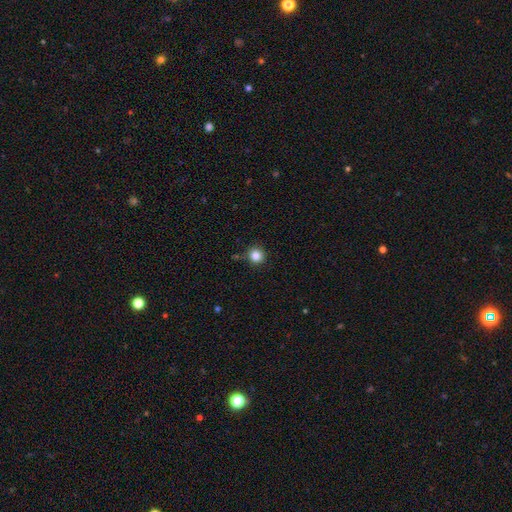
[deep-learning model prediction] Morphology: type=smooth (84%); roundness=round (94%); merging=none (85%).